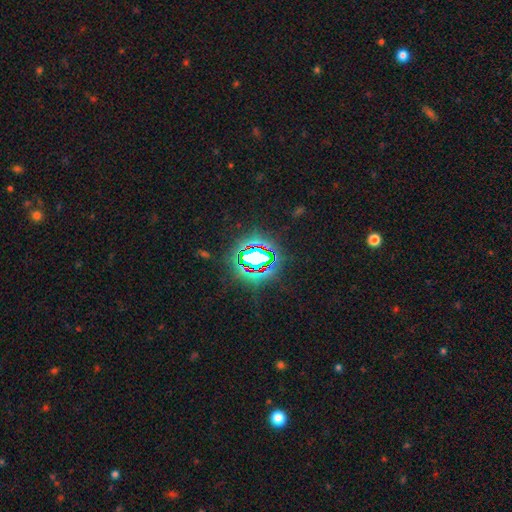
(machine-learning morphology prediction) Smooth or featured? star or artifact (75%)